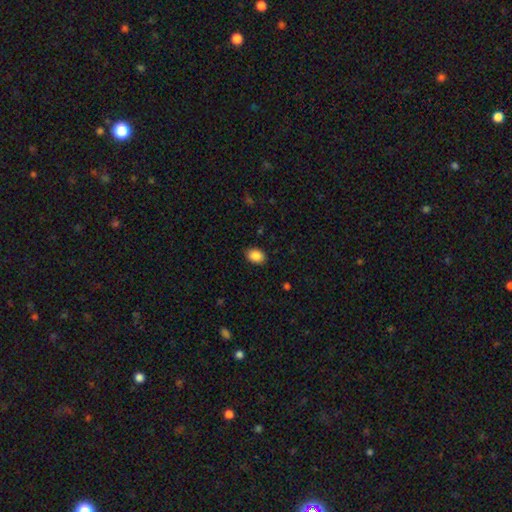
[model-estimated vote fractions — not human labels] Morphology: type=smooth (89%); roundness=in between (77%); merging=none (86%).